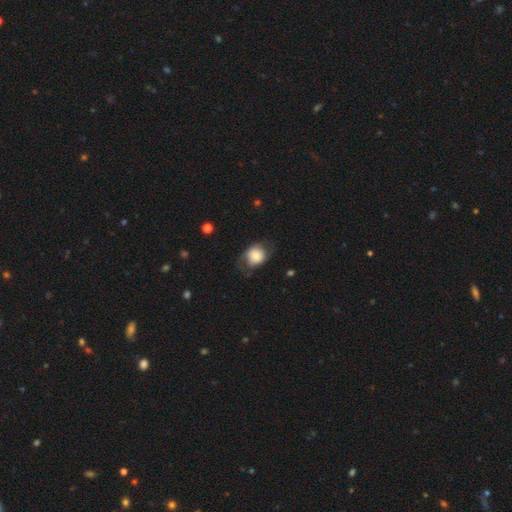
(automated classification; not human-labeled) Overall: smooth (68%). How rounded: round (64%; in between 35%). Merging: none (55%; minor disturbance 27%).